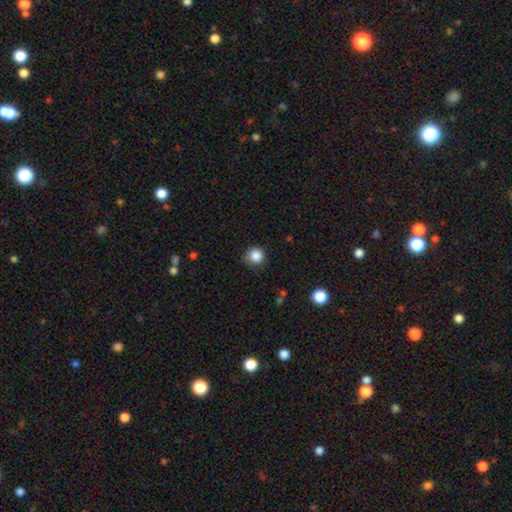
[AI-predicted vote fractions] smooth-or-featured: smooth: 86% | star or artifact: 10% | featured or disk: 4%
  how-rounded: round: 91% | in between: 8% | cigar-shaped: 1%
  merging: none: 75% | minor disturbance: 19% | major disturbance: 4% | merger: 1%